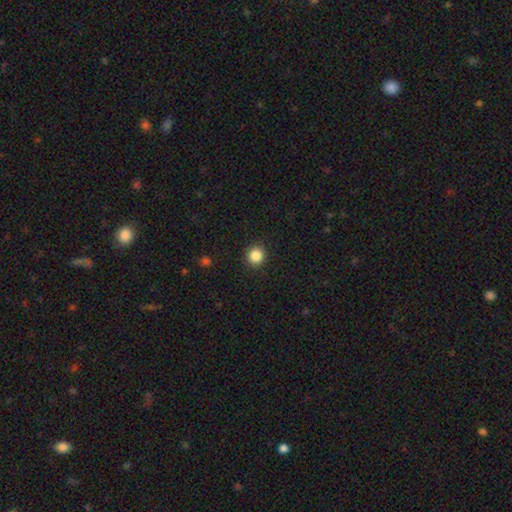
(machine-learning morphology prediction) smooth-or-featured: smooth: 86% | star or artifact: 10% | featured or disk: 3%
  how-rounded: round: 94% | in between: 5% | cigar-shaped: 1%
  merging: none: 92% | minor disturbance: 5% | major disturbance: 2% | merger: 1%